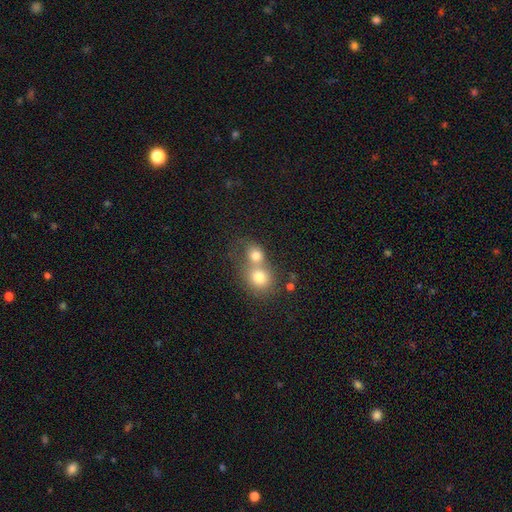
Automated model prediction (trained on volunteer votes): Morphology: type=smooth (76%); roundness=round (74%); merging=merger (64%).